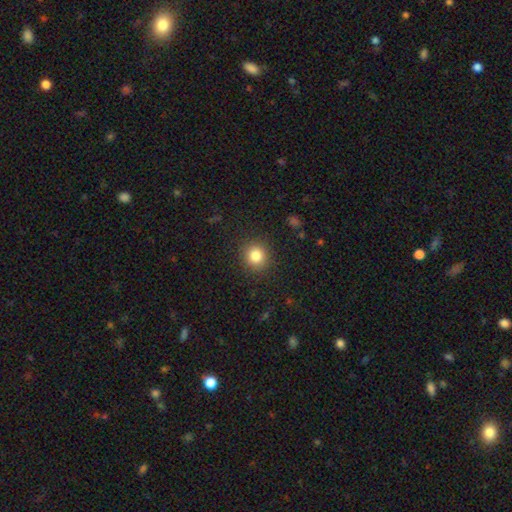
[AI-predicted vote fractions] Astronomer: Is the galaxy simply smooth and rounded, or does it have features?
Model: smooth — 83%.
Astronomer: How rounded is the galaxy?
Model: round — 88%.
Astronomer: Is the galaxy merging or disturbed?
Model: none — 90%.